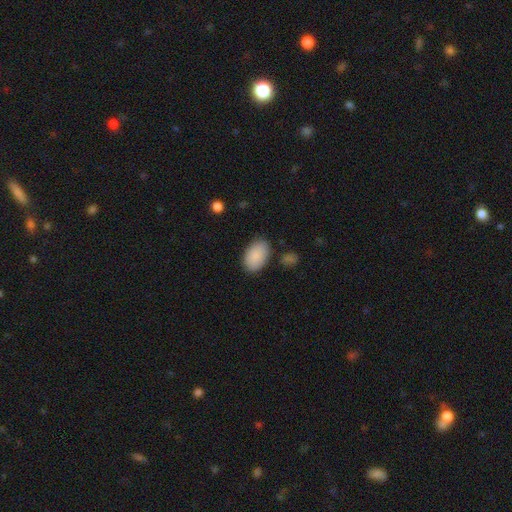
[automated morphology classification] This is clearly a smooth galaxy (89%). How rounded: clearly in between (93%). Merging: clearly none (81%).